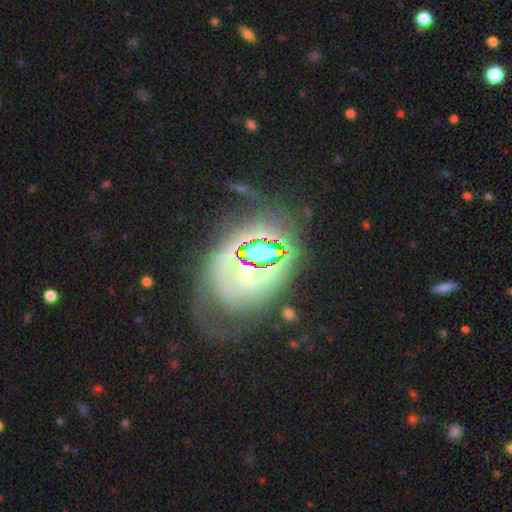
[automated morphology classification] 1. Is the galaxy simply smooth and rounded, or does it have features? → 49% featured or disk, 31% star or artifact, 21% smooth.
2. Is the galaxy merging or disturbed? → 47% none, 27% major disturbance, 20% minor disturbance, 6% merger.